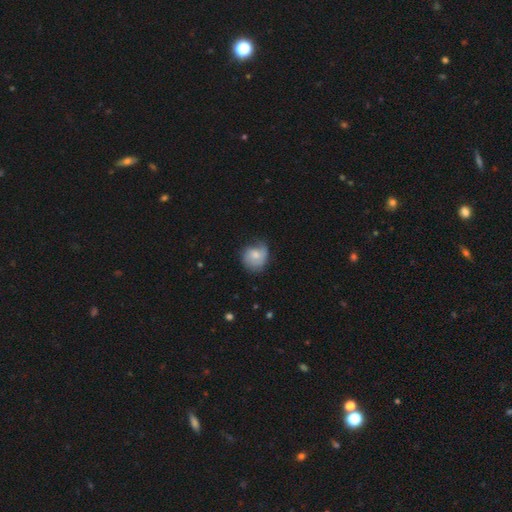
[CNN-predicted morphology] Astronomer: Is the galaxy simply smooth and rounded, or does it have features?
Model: smooth — 63%.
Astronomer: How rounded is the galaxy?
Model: round — 68%.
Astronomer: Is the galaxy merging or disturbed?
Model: none — 48% (runner-up: minor disturbance, 35%).